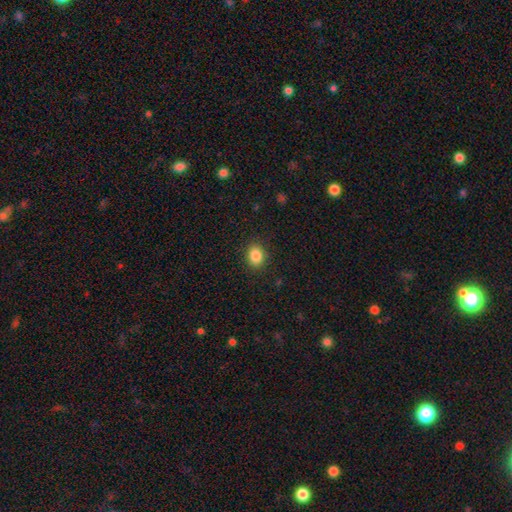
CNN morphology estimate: Smooth or featured? smooth (86%)
How rounded? in between (53%)
Merging? none (89%)